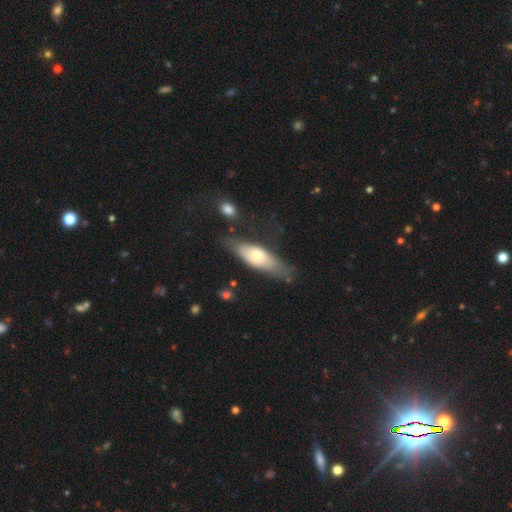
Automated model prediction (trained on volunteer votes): Smooth or featured? Predicted: smooth (p=0.54). How rounded? Predicted: in between (p=0.52). Merging? Predicted: none (p=0.61).